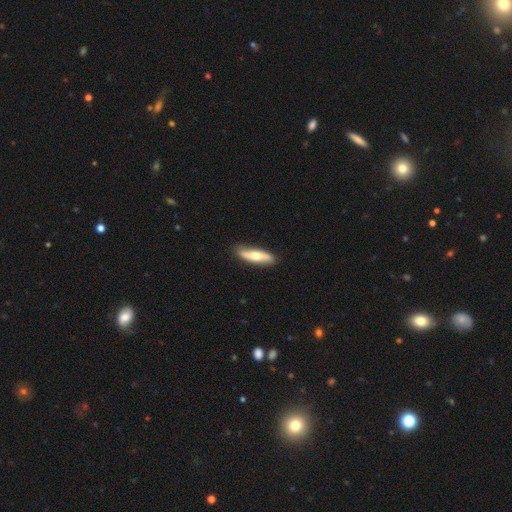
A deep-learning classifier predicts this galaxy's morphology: smooth-or-featured: smooth: 57% | featured or disk: 38% | star or artifact: 5%
  how-rounded: cigar-shaped: 63% | in between: 35% | round: 2%
  merging: none: 84% | minor disturbance: 12% | major disturbance: 2% | merger: 1%